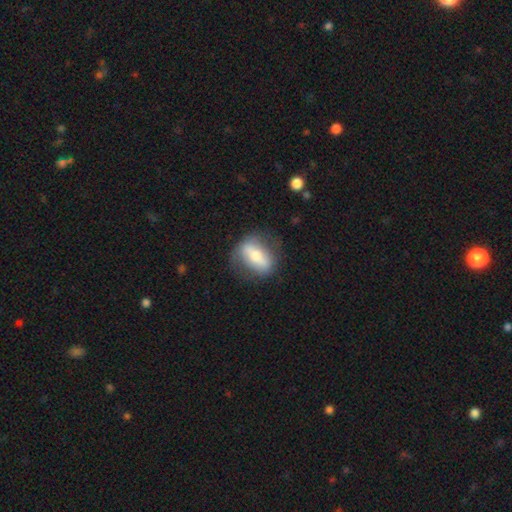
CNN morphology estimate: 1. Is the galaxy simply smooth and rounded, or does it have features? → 47% featured or disk, 46% smooth, 7% star or artifact.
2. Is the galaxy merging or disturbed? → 71% none, 19% minor disturbance, 9% major disturbance, 2% merger.